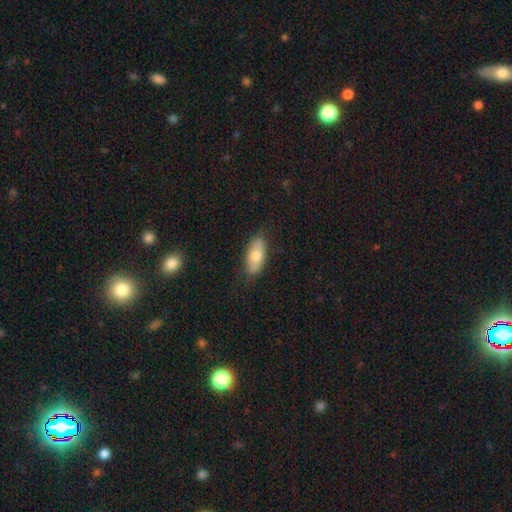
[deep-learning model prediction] smooth 69%, featured or disk 25%, star or artifact 6%. Down the decision tree: how rounded — in between (88%); merging — none (80%).